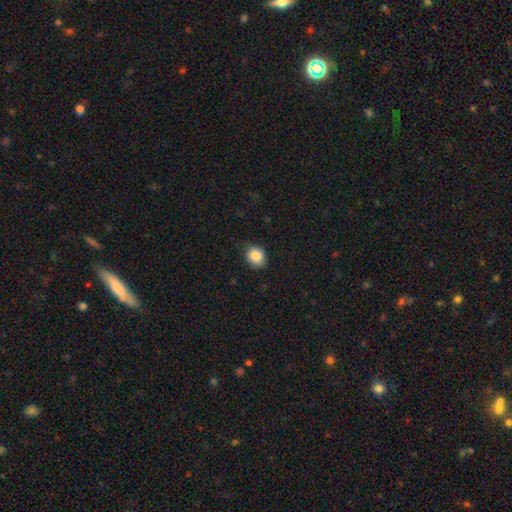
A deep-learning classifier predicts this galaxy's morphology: A smooth galaxy with no disk features (87%) that is round (62%). Merging: none (73%).